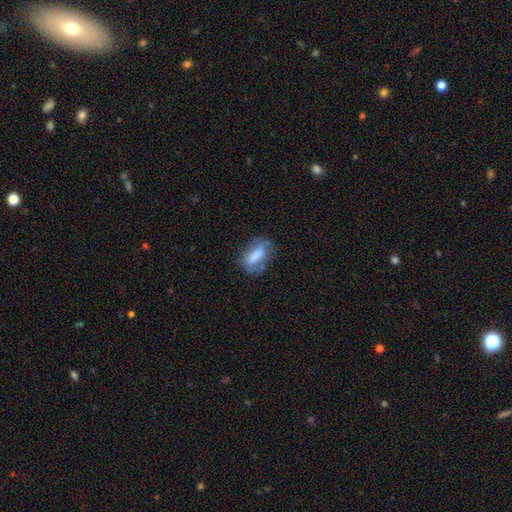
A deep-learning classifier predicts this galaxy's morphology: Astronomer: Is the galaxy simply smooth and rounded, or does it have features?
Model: smooth — 66%.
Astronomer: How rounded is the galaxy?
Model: in between — 75%.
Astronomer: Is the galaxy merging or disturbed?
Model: none — 58%.